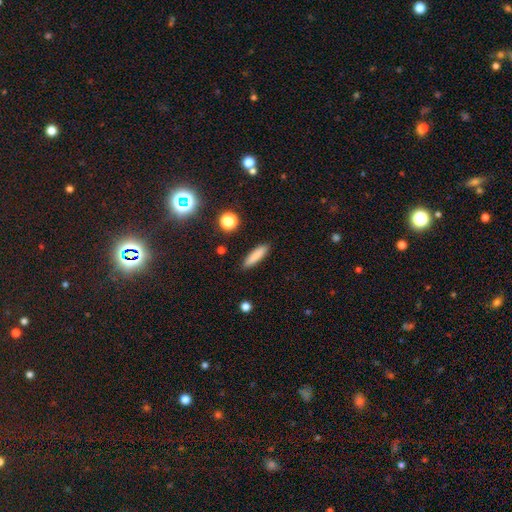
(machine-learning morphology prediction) type=smooth (83%); roundness=cigar-shaped (74%); merging=none (90%).